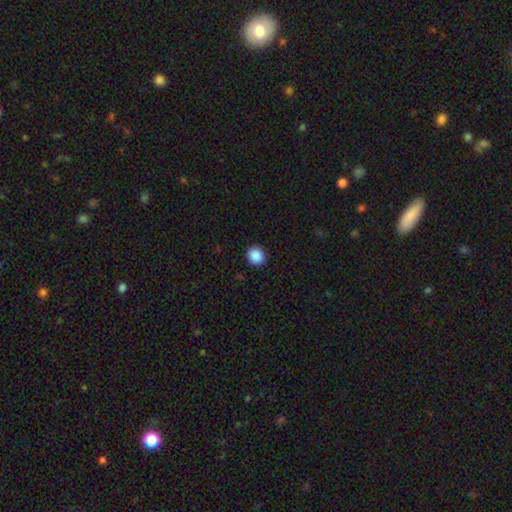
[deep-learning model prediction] A smooth galaxy with no disk features (89%) that is round (90%).

Vote fractions:
- Smooth or featured? smooth: 89% / star or artifact: 9% / featured or disk: 2%
- How rounded? round: 90% / in between: 9% / cigar-shaped: 1%
- Merging? none: 92% / minor disturbance: 5% / major disturbance: 2% / merger: 1%